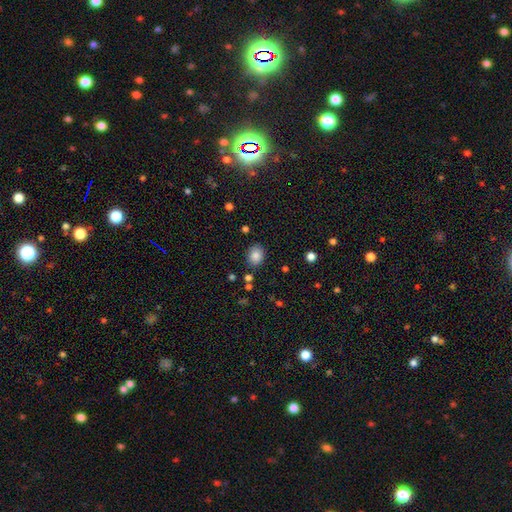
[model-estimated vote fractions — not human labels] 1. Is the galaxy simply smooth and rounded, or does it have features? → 84% smooth, 10% star or artifact, 6% featured or disk.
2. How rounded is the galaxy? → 50% in between, 49% round, 1% cigar-shaped.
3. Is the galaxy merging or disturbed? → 84% none, 10% minor disturbance, 3% major disturbance, 3% merger.